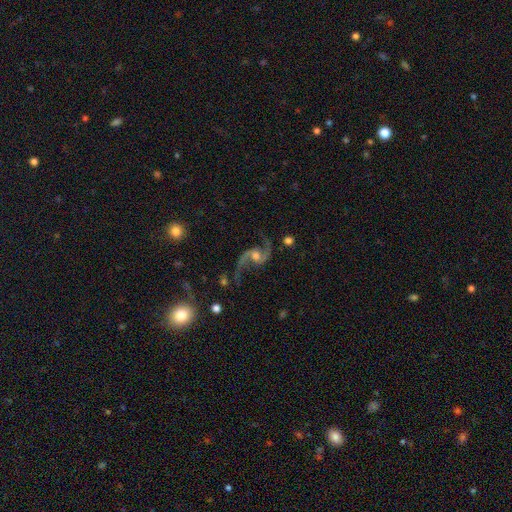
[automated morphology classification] This is clearly a featured or disk galaxy (91%). It is clearly not viewed edge-on (97%). Bar: possibly no (60%). Spiral arm pattern: clearly yes (98%). Spiral arm count: clearly 2 (94%). Spiral winding: likely loose (80%). Central bulge: possibly moderate (59%). Merging: likely none (75%).